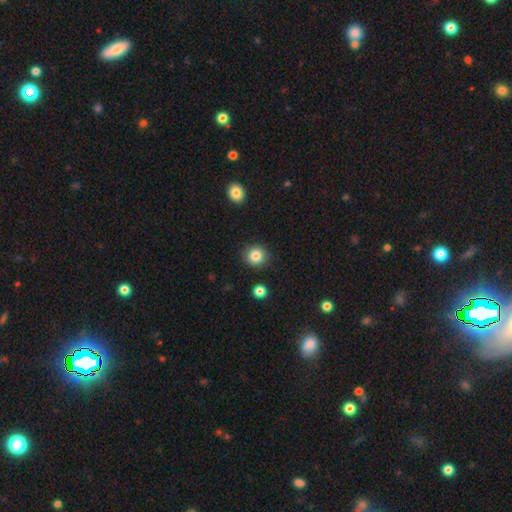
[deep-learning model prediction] Smooth or featured: smooth — 84% (star or artifact — 10%)
How rounded: round — 89% (in between — 10%)
Merging: none — 90% (minor disturbance — 6%)